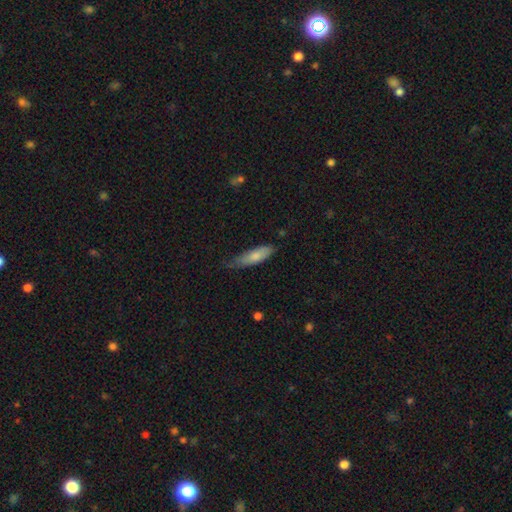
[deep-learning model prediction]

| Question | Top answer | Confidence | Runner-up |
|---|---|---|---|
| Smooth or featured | smooth | 77% | featured or disk (18%) |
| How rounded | cigar-shaped | 50% | in between (48%) |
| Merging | none | 54% | minor disturbance (37%) |